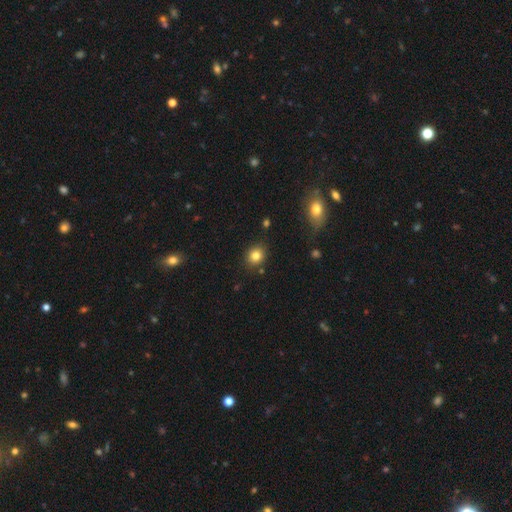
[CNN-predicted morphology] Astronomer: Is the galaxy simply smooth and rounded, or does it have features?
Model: smooth — 82%.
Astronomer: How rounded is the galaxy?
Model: round — 72%.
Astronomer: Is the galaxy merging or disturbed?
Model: none — 85%.